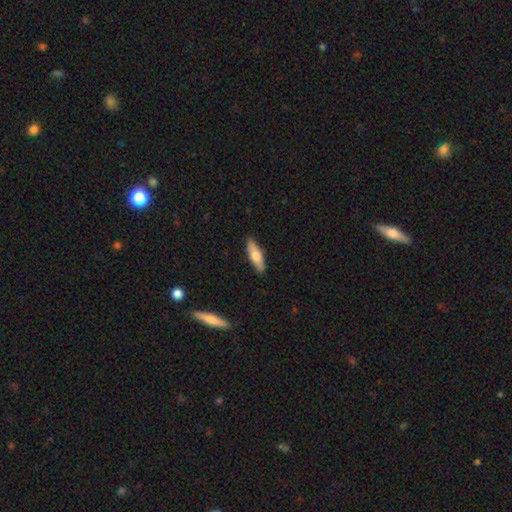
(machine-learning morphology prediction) Overall: smooth (66%; featured or disk 28%). How rounded: cigar-shaped (51%; in between 47%). Merging: none (89%).